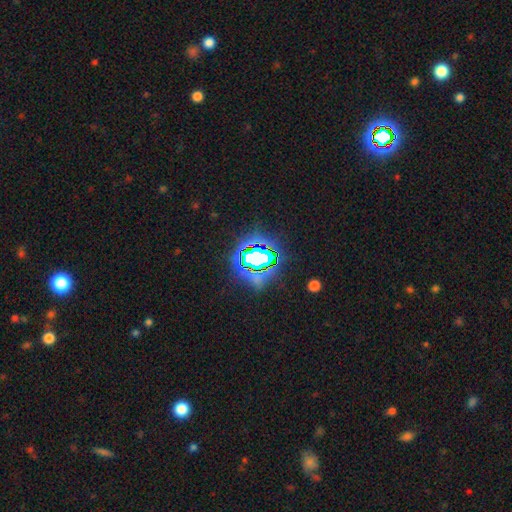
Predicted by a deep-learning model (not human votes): Smooth or featured: star or artifact — 71% (smooth — 17%)